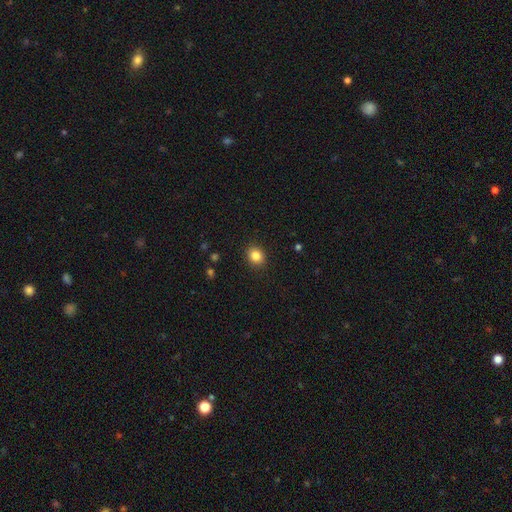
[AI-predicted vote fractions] The model was most divided on "how rounded": round: 59%, in between: 40%, cigar-shaped: 1%. More confident: merging — none (90%); smooth or featured — smooth (85%).